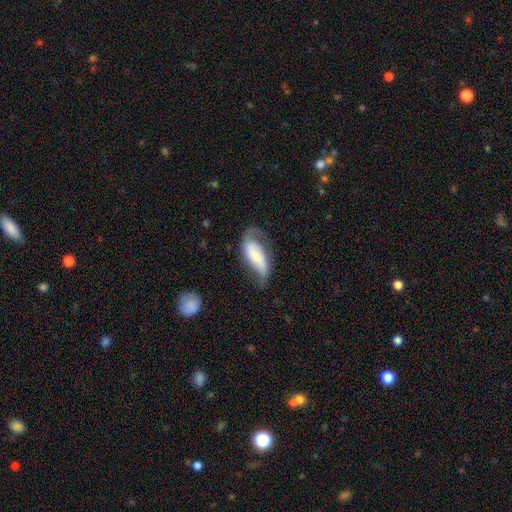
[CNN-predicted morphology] The model was most divided on "bulge size": small: 39%, moderate: 29%, none: 14%, large: 13%, dominant: 5%. Remaining: edge-on disk — no (90%); spiral arms — yes (87%); smooth or featured — featured or disk (59%); merging — none (47%); bar — no (41%).